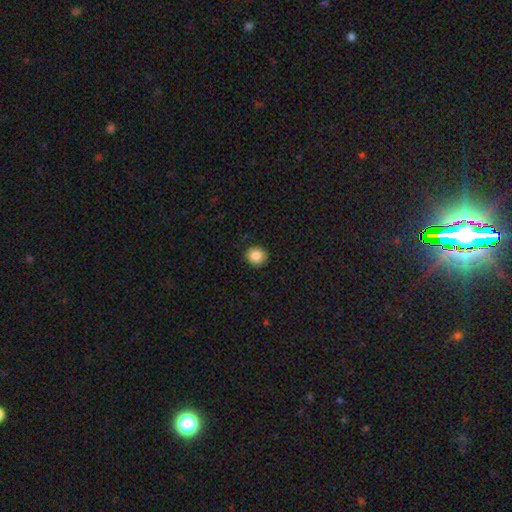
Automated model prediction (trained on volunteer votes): This is clearly a smooth galaxy (87%). How rounded: clearly round (86%). Merging: clearly none (89%).